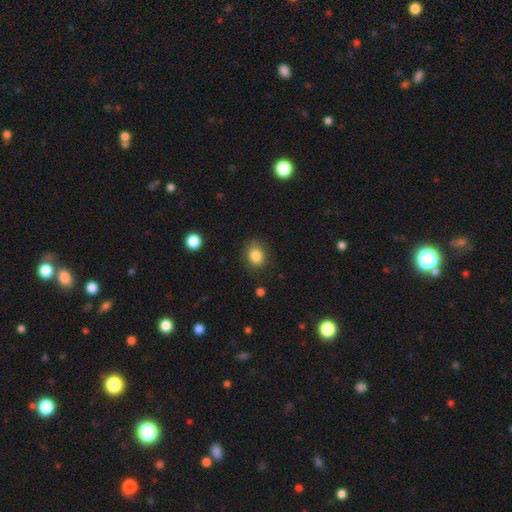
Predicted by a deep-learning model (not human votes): Smooth or featured? smooth (85%)
How rounded? round (57%)
Merging? none (83%)